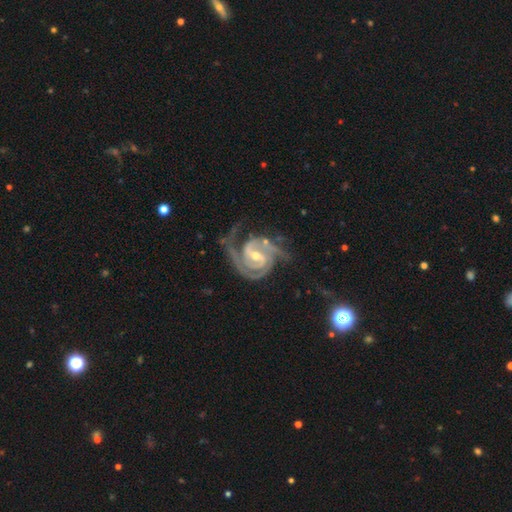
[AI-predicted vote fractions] Morphology: type=featured or disk (94%); edge-on=no (98%); bar=weak (49%); spiral arms=yes (99%); winding=tight (59%); arm count=2 (57%); bulge=moderate (55%); merging=none (59%).